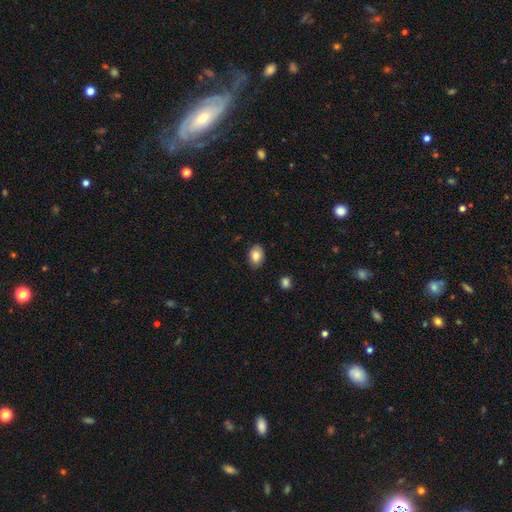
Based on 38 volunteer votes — Smooth or featured: smooth — 76% (featured or disk — 18%)
How rounded: in between — 90% (round — 10%)
Merging: none — 81% (minor disturbance — 17%)